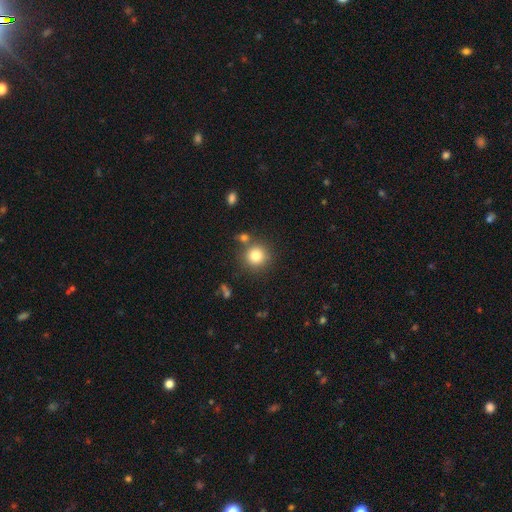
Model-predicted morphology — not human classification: This is clearly a smooth galaxy (81%). How rounded: clearly round (92%). Merging: likely none (77%).